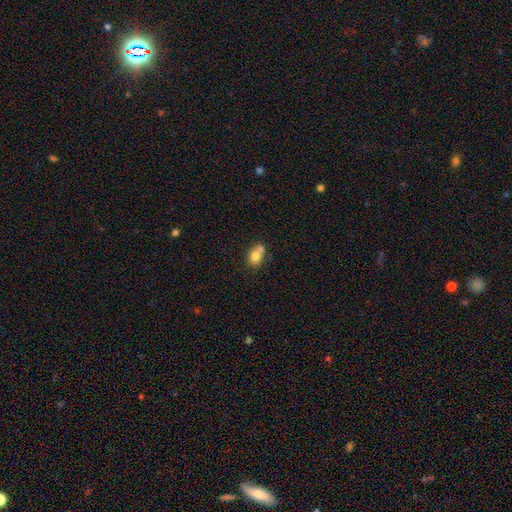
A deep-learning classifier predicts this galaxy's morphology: smooth 75%, featured or disk 16%, star or artifact 9%. Down the decision tree: how rounded — in between (64%); merging — merger (40%).